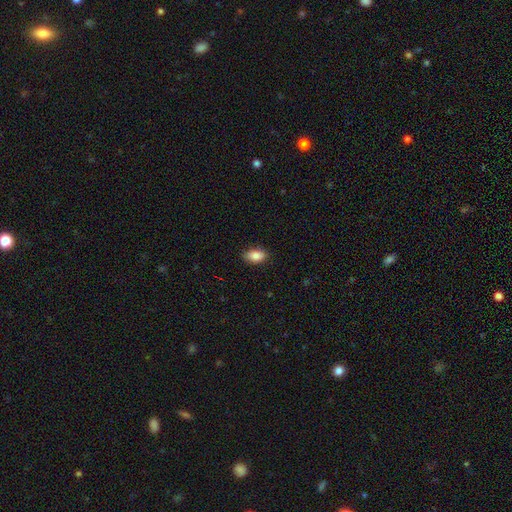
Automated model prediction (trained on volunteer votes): This appears to be a smooth galaxy with no disk features (87%) that is in between round and cigar-shaped (91%). Merging: none (87%).